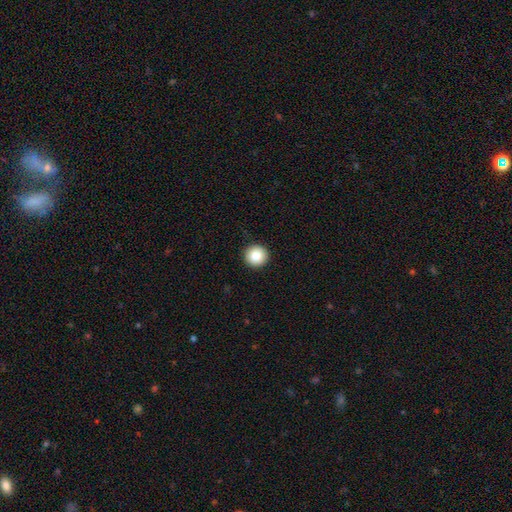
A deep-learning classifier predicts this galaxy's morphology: smooth 85%, star or artifact 9%, featured or disk 6%. Down the decision tree: how rounded — round (95%); merging — none (93%).